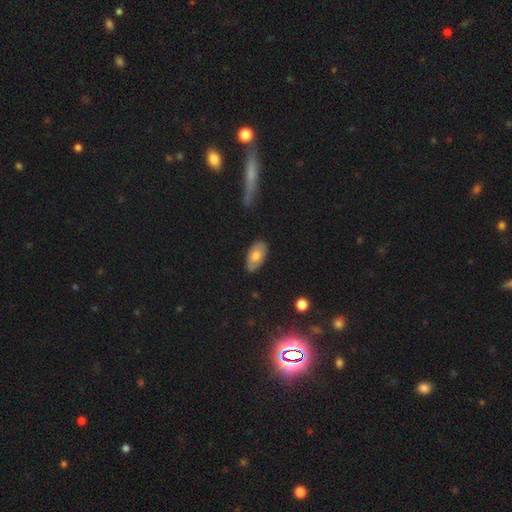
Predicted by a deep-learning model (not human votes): smooth 65%, featured or disk 28%, star or artifact 6%. Down the decision tree: how rounded — in between (94%); merging — none (81%).